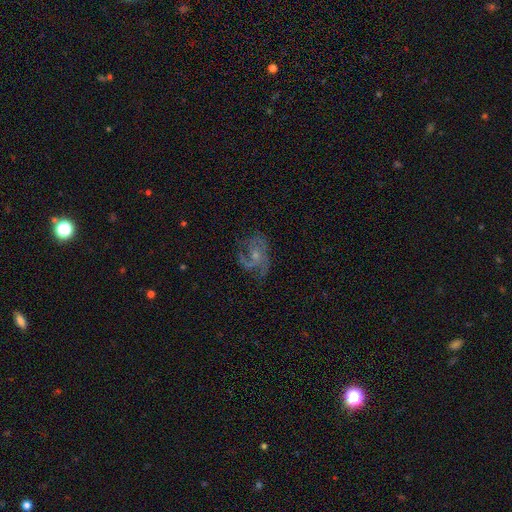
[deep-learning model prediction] This is likely a featured or disk galaxy (79%). It is clearly not viewed edge-on (98%). Bar: likely no (71%). Spiral arm pattern: clearly yes (92%). Spiral arm count: marginally 2 (37%). Spiral winding: possibly medium (49%). Central bulge: likely small (63%). Merging: possibly none (56%).